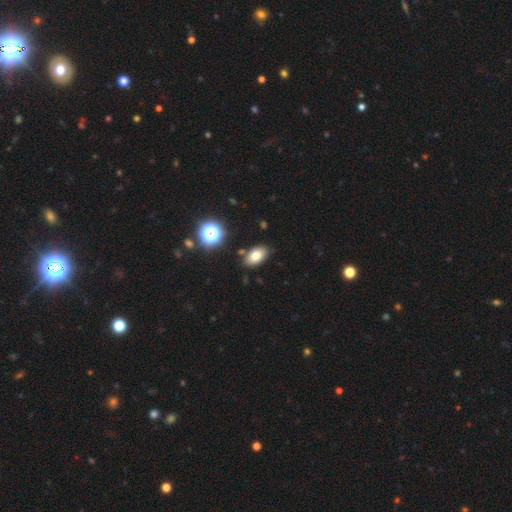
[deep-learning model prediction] Smooth or featured? Predicted: smooth (p=0.79). How rounded? Predicted: in between (p=0.90). Merging? Predicted: none (p=0.84).